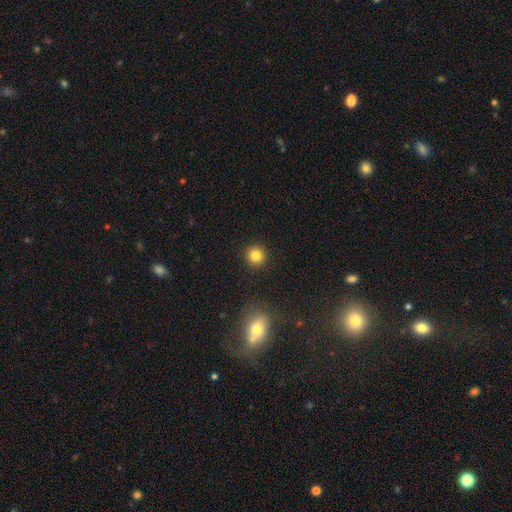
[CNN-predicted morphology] type=smooth (83%); roundness=round (95%); merging=none (92%).